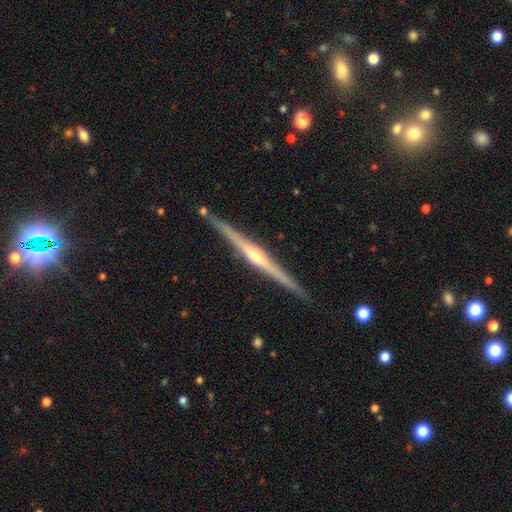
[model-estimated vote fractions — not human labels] Overall: featured or disk (85%). Edge-on disk: yes (99%). Edge-on bulge: rounded (84%). Merging: none (91%).